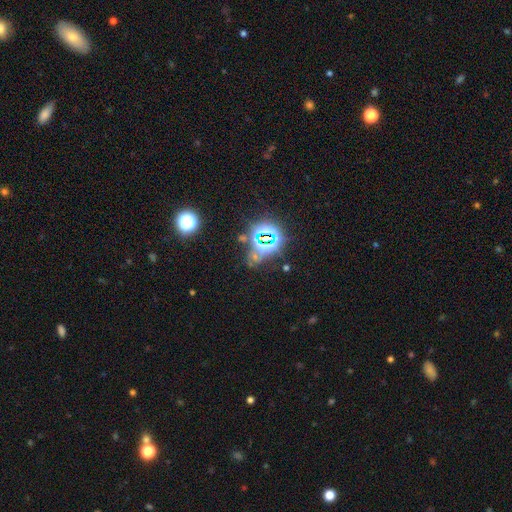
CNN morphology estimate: This appears to be a star or artifact, not a galaxy (73%).